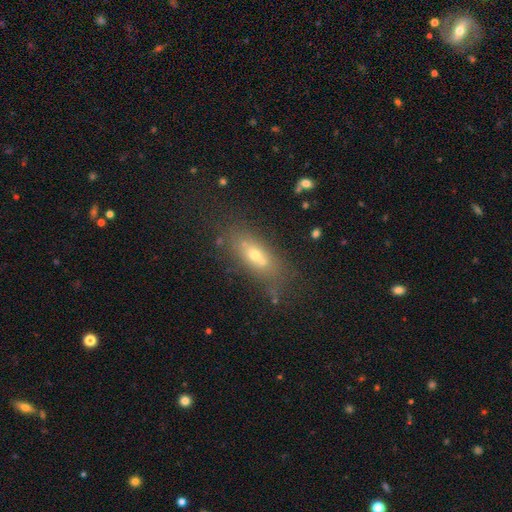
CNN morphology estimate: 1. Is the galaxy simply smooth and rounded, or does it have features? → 56% smooth, 28% featured or disk, 16% star or artifact.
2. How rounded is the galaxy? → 65% in between, 27% cigar-shaped, 9% round.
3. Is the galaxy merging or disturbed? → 56% none, 19% merger, 16% minor disturbance, 9% major disturbance.